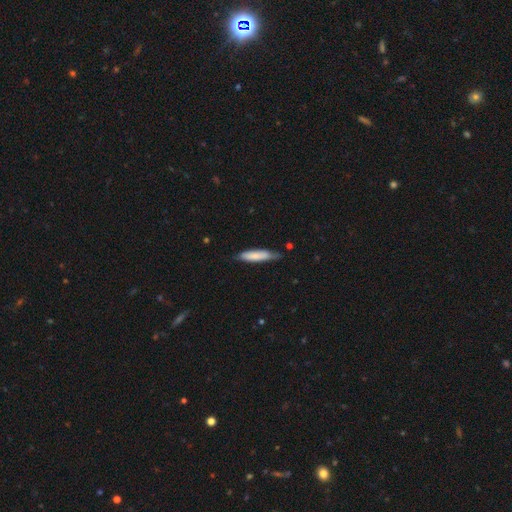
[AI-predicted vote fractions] This is likely a smooth galaxy (75%). How rounded: likely cigar-shaped (78%). Merging: likely none (66%).